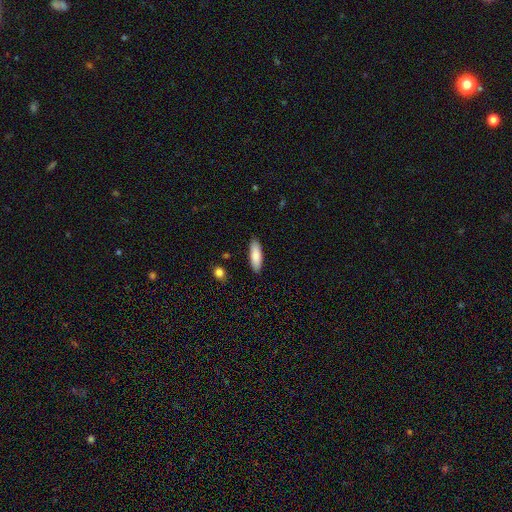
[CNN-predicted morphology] type=smooth (86%); roundness=in between (57%); merging=none (88%).